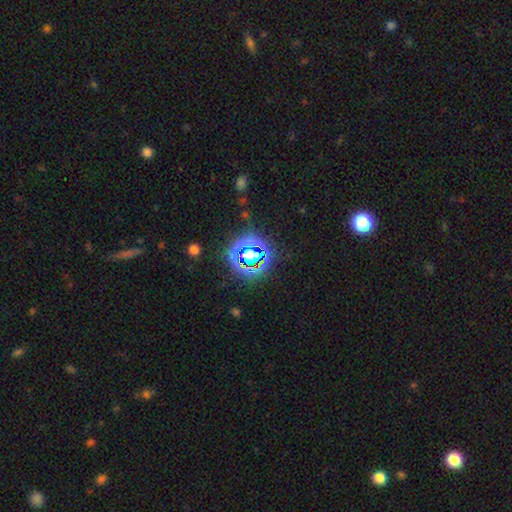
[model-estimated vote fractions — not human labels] star or artifact 74%, smooth 18%, featured or disk 8%.